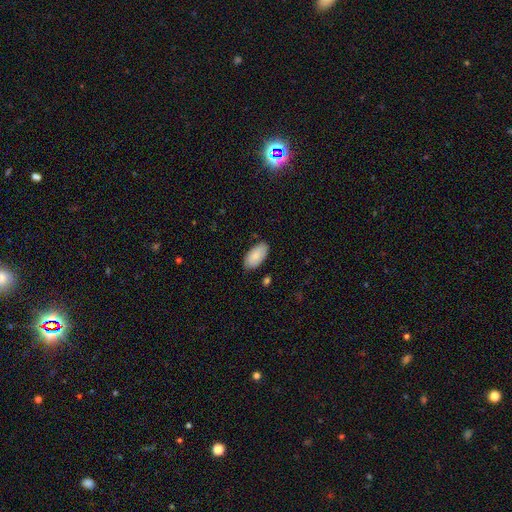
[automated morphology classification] A smooth galaxy with no disk features (84%) that is in between round and cigar-shaped (95%). Merging: none (82%).